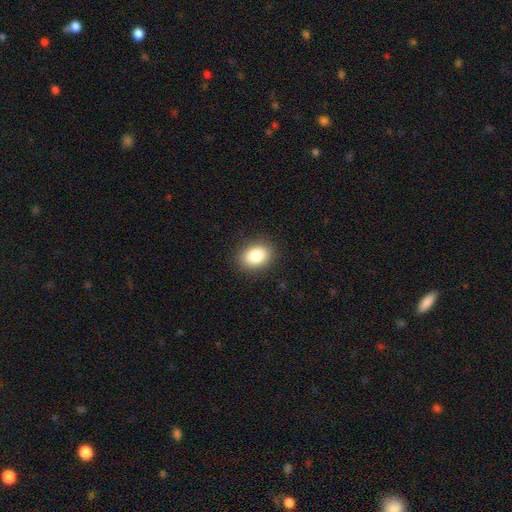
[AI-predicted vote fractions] Smooth or featured? smooth (86%)
How rounded? in between (73%)
Merging? none (88%)